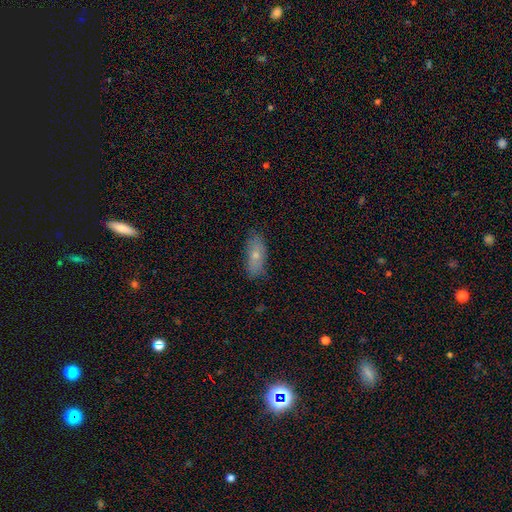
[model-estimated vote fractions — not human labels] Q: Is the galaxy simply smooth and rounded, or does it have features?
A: smooth — 66%.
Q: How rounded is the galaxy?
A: in between — 74%.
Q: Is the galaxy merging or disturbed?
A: none — 79%.